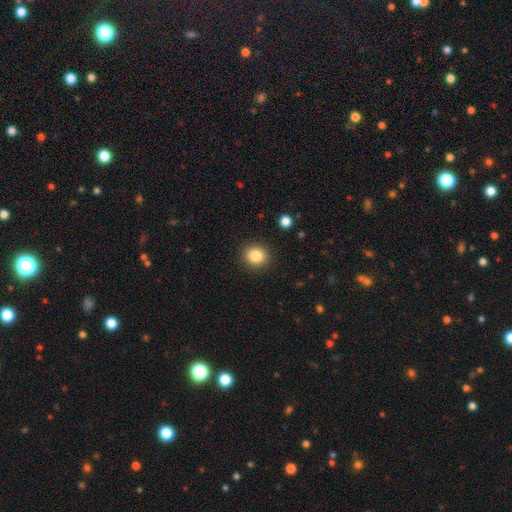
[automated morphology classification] Smooth or featured: smooth — 84% (star or artifact — 10%)
How rounded: round — 83% (in between — 16%)
Merging: none — 91% (minor disturbance — 6%)